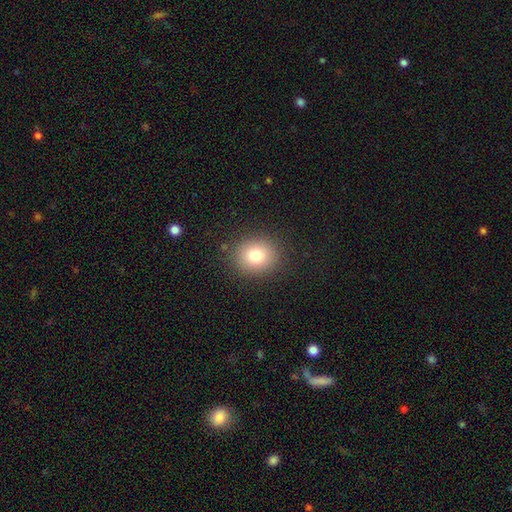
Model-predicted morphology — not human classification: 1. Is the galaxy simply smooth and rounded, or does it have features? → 79% smooth, 12% star or artifact, 9% featured or disk.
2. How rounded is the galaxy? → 77% round, 23% in between, 1% cigar-shaped.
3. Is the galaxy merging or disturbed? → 88% none, 7% minor disturbance, 3% major disturbance, 1% merger.